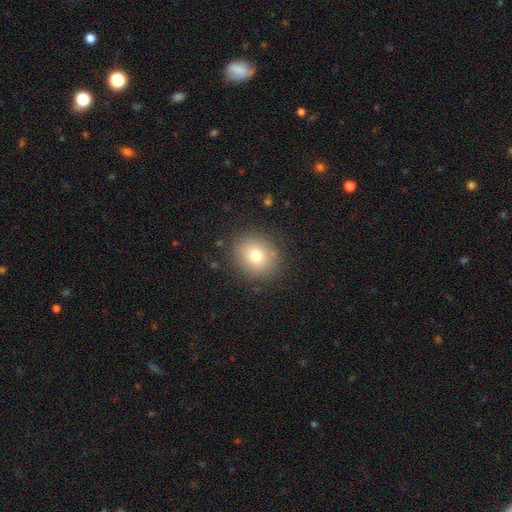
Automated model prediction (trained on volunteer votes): Q: Smooth or featured?
A: smooth (76%); runner-up: star or artifact (12%)
Q: How rounded?
A: round (76%); runner-up: in between (23%)
Q: Merging?
A: none (87%); runner-up: minor disturbance (9%)